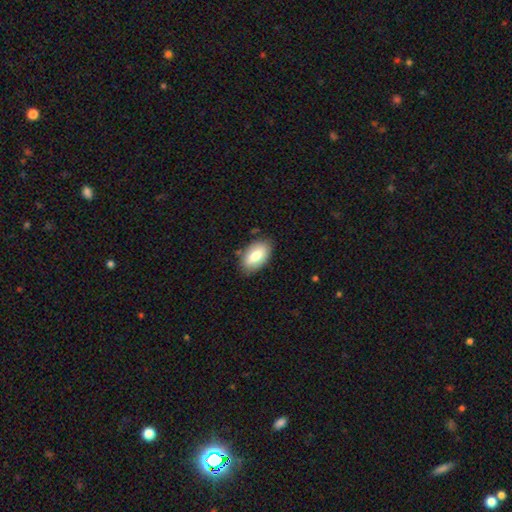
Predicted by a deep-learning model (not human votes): A smooth galaxy with no disk features (77%) that is in between round and cigar-shaped (94%).

Vote fractions:
- Smooth or featured? smooth: 77% / featured or disk: 17% / star or artifact: 6%
- How rounded? in between: 94% / round: 4% / cigar-shaped: 2%
- Merging? none: 83% / minor disturbance: 13% / major disturbance: 3% / merger: 2%